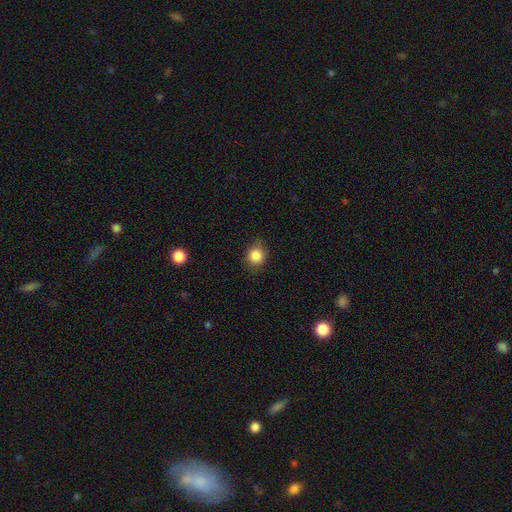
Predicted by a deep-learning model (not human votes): This is clearly a smooth galaxy (85%). How rounded: likely round (80%). Merging: clearly none (80%).